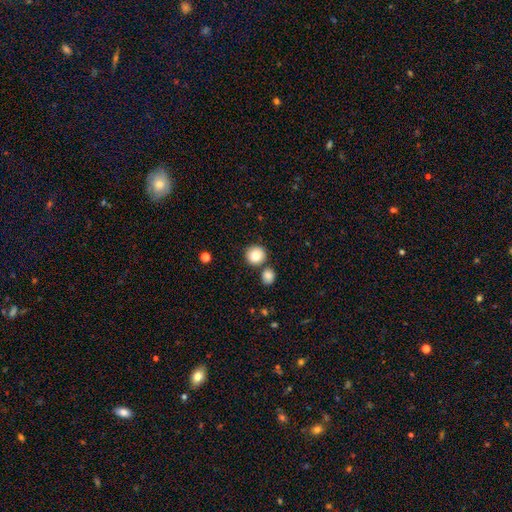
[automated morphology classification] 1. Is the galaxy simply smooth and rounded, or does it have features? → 87% smooth, 8% star or artifact, 5% featured or disk.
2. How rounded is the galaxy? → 90% round, 9% in between, 1% cigar-shaped.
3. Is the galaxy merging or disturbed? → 72% none, 16% merger, 9% minor disturbance, 3% major disturbance.